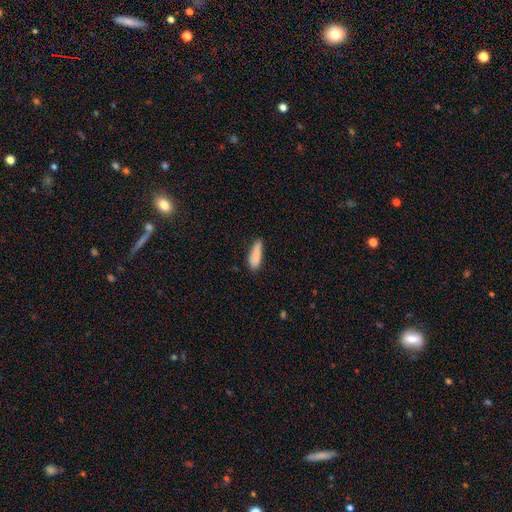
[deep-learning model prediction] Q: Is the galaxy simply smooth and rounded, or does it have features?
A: smooth — 86%.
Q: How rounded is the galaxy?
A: cigar-shaped — 55%.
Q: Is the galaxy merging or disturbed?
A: none — 68%.